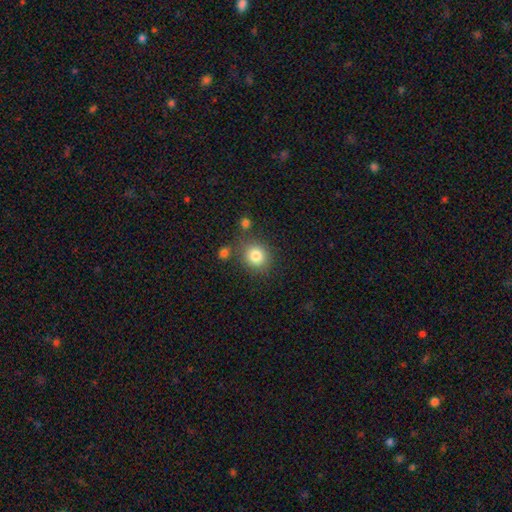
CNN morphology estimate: This is clearly a smooth galaxy (83%). How rounded: clearly round (84%). Merging: likely none (76%).